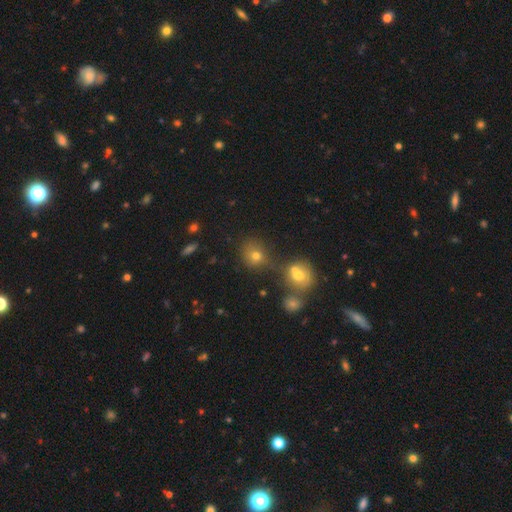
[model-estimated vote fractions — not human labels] The model was most divided on "merging": none: 53%, merger: 27%, minor disturbance: 13%, major disturbance: 7%. More confident: how rounded — round (78%); smooth or featured — smooth (71%).